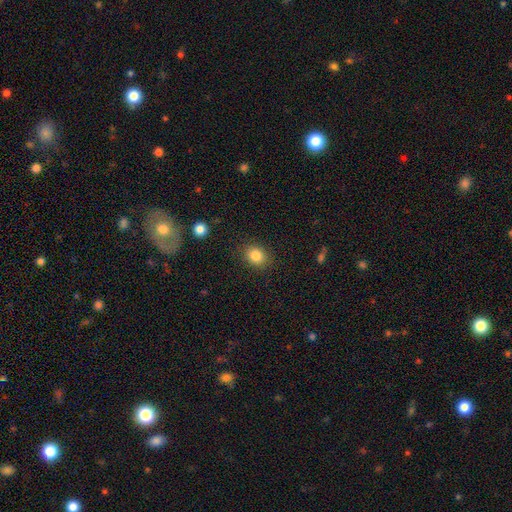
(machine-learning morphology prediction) This appears to be a smooth galaxy with no disk features (84%) that is round (52%). Merging: none (87%).